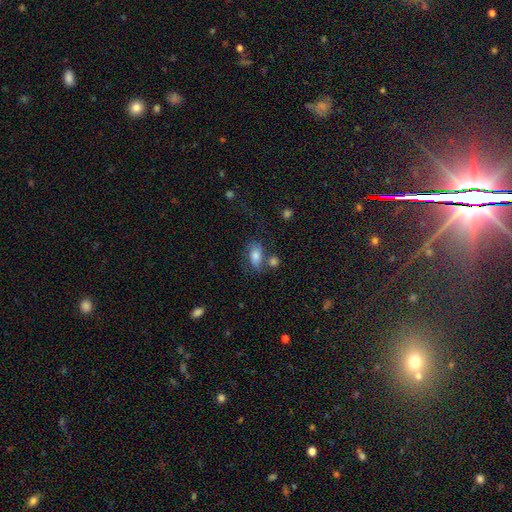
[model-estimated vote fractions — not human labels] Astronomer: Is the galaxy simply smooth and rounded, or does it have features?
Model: smooth — 73%.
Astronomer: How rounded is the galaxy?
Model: in between — 87%.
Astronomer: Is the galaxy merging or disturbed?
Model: none — 45% (runner-up: merger, 22%).